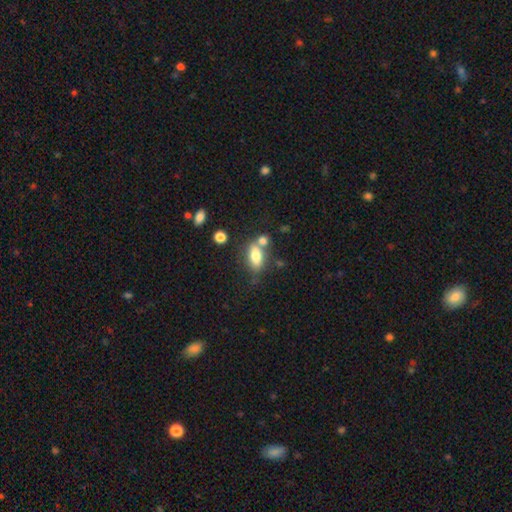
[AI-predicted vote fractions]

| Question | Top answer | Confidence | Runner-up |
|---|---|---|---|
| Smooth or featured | smooth | 75% | featured or disk (16%) |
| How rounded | in between | 81% | cigar-shaped (11%) |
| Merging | none | 52% | merger (28%) |